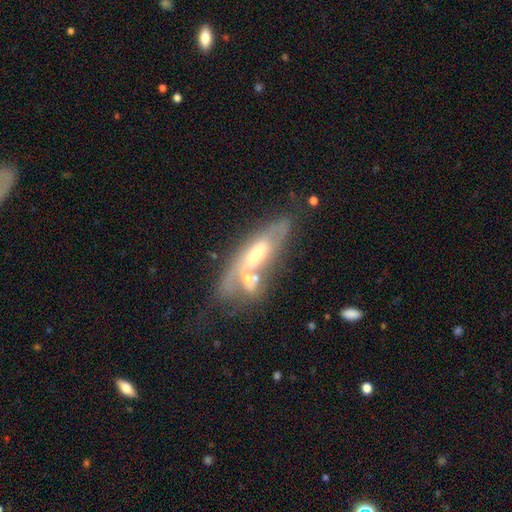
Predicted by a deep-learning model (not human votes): smooth_or_featured: featured or disk (p=0.68) [alt: smooth p=0.24]
disk_edge_on: no (p=0.65) [alt: yes p=0.35]
merging: merger (p=0.41) [alt: none p=0.33]